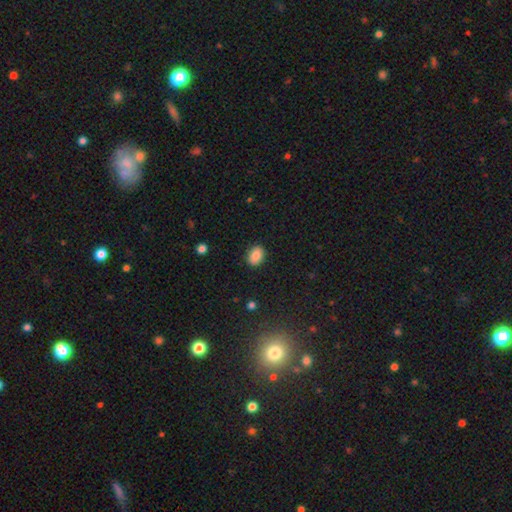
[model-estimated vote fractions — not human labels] Smooth or featured?
  - smooth: 87% *
  - star or artifact: 8%
  - featured or disk: 5%
How rounded?
  - in between: 72% *
  - round: 27%
  - cigar-shaped: 1%
Merging?
  - none: 88% *
  - minor disturbance: 8%
  - major disturbance: 2%
  - merger: 1%